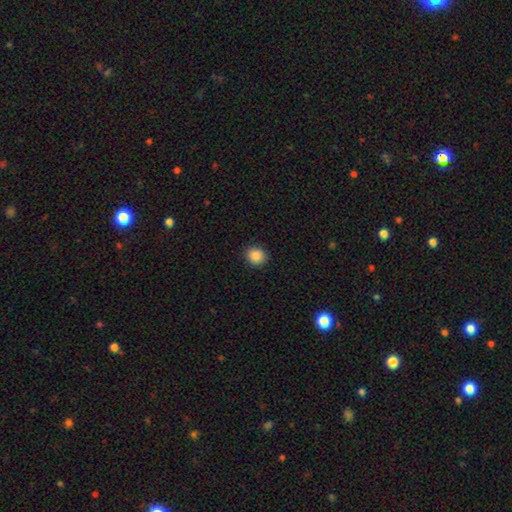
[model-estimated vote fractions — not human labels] smooth 89%, star or artifact 9%, featured or disk 3%. Down the decision tree: how rounded — round (81%); merging — none (91%).